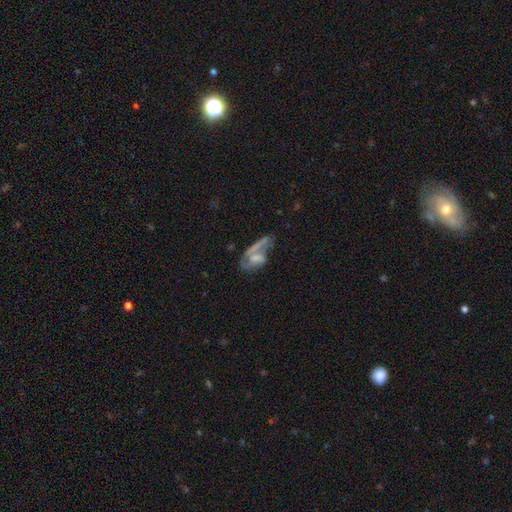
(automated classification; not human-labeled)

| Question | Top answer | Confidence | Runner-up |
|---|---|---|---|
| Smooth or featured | featured or disk | 54% | smooth (36%) |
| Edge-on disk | no | 91% | yes (9%) |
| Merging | major disturbance | 34% | none (25%) |